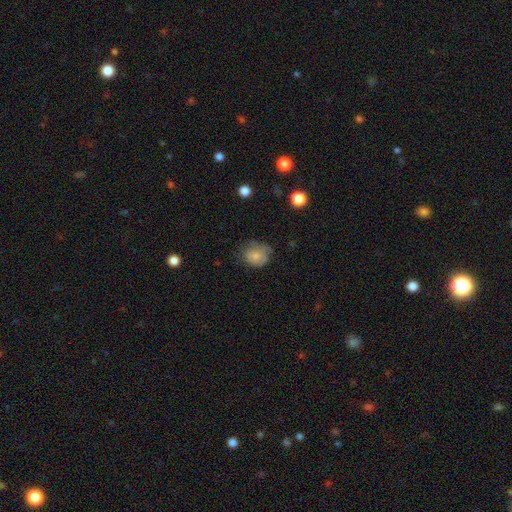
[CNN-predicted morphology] Smooth or featured?
  - smooth: 73% *
  - featured or disk: 19%
  - star or artifact: 8%
How rounded?
  - round: 60% *
  - in between: 39%
  - cigar-shaped: 1%
Merging?
  - none: 47% *
  - minor disturbance: 34%
  - major disturbance: 17%
  - merger: 2%